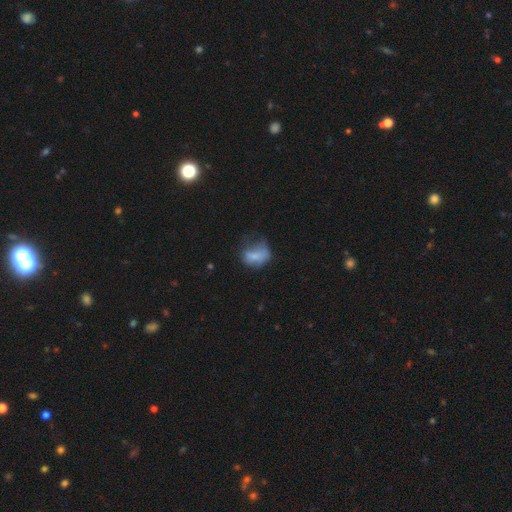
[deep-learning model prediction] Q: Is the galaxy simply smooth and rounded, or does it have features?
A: smooth — 66%.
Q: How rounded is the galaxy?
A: in between — 67%.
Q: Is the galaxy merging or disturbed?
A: major disturbance — 39%.